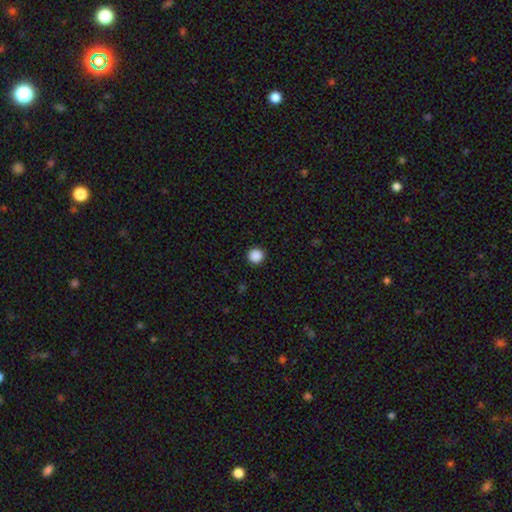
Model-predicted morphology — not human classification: Overall: smooth (88%). How rounded: round (95%). Merging: none (93%).